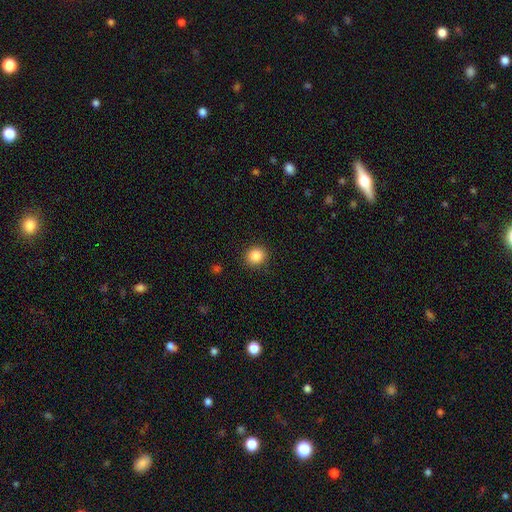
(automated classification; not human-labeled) A smooth galaxy with no disk features (86%) that is round (85%). Merging: none (90%).